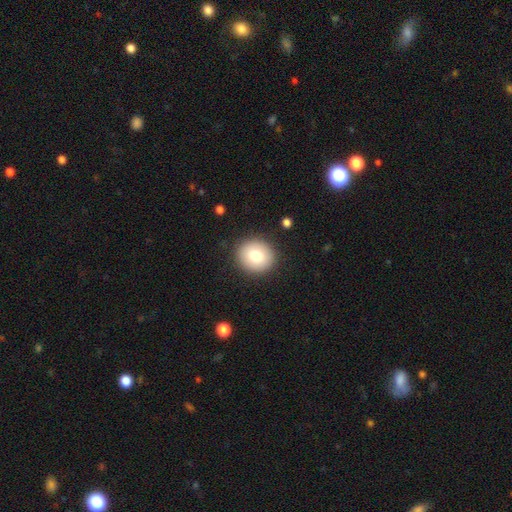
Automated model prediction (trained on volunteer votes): Q: Smooth or featured?
A: smooth (77%); runner-up: featured or disk (14%)
Q: How rounded?
A: round (84%); runner-up: in between (15%)
Q: Merging?
A: none (90%); runner-up: minor disturbance (7%)